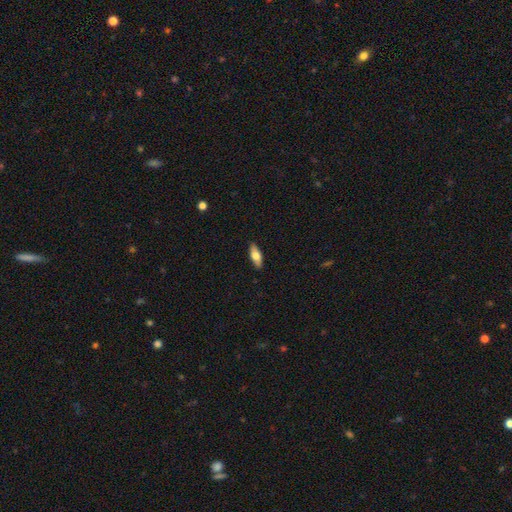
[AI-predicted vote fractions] smooth_or_featured: smooth (p=0.67) [alt: featured or disk p=0.27]
how_rounded: in between (p=0.73) [alt: cigar-shaped p=0.25]
merging: none (p=0.88) [alt: minor disturbance p=0.09]